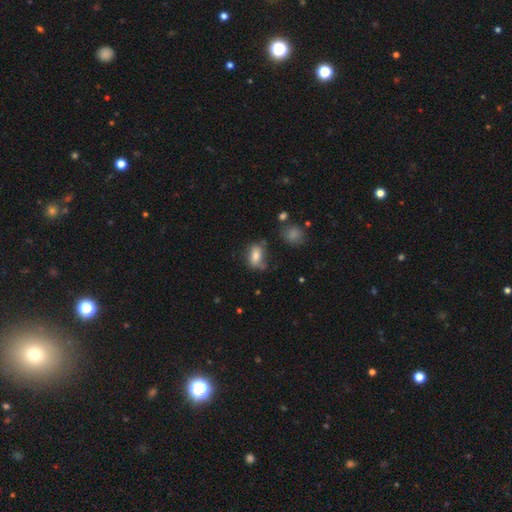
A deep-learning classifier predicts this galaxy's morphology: Overall: smooth (79%). How rounded: in between (86%). Merging: none (51%; minor disturbance 30%).